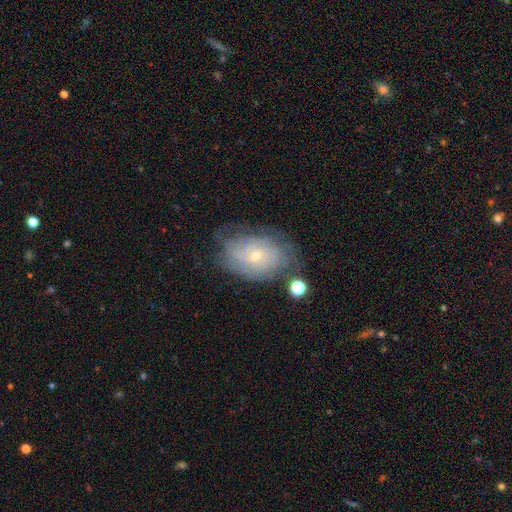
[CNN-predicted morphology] A featured or disk galaxy (59%) with no bar (76%), spiral arms (68%) and a small central bulge (74%).

Vote fractions:
- Smooth or featured? featured or disk: 59% / smooth: 32% / star or artifact: 9%
- Edge-on disk? no: 95% / yes: 5%
- Bar? no: 76% / weak: 20% / strong: 4%
- Spiral arms? yes: 68% / no: 32%
- Bulge size? small: 74% / moderate: 22% / none: 1% / large: 1% / dominant: 1%
- Merging? none: 59% / minor disturbance: 24% / major disturbance: 13% / merger: 4%